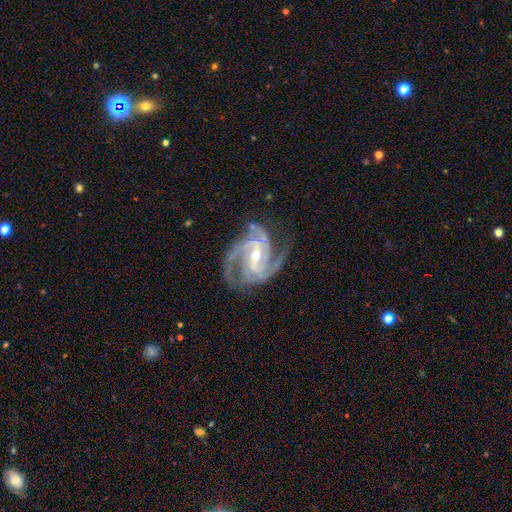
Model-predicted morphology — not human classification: This is clearly a featured or disk galaxy (93%). It is clearly not viewed edge-on (98%). Bar: marginally strong (44%). Spiral arm pattern: clearly yes (99%). Spiral arm count: possibly 3 (50%). Spiral winding: possibly medium (50%). Central bulge: possibly small (55%). Merging: likely none (71%).